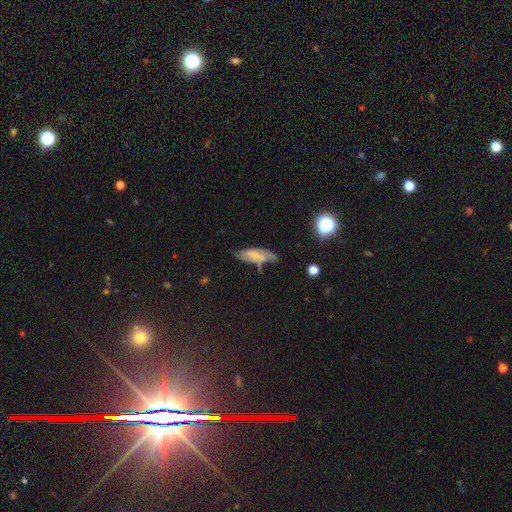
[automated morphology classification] Smooth or featured? Predicted: smooth (p=0.53). How rounded? Predicted: in between (p=0.63). Merging? Predicted: none (p=0.43).